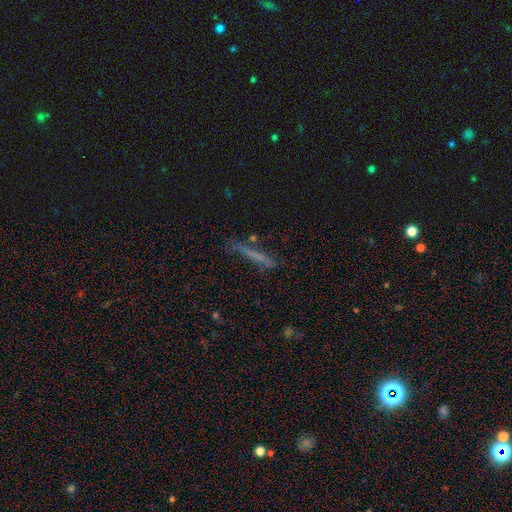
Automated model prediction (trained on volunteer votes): A smooth galaxy with no disk features (54%) that is cigar-shaped (94%).

Vote fractions:
- Smooth or featured? smooth: 54% / featured or disk: 34% / star or artifact: 12%
- How rounded? cigar-shaped: 94% / in between: 4% / round: 2%
- Merging? none: 75% / minor disturbance: 17% / major disturbance: 5% / merger: 3%